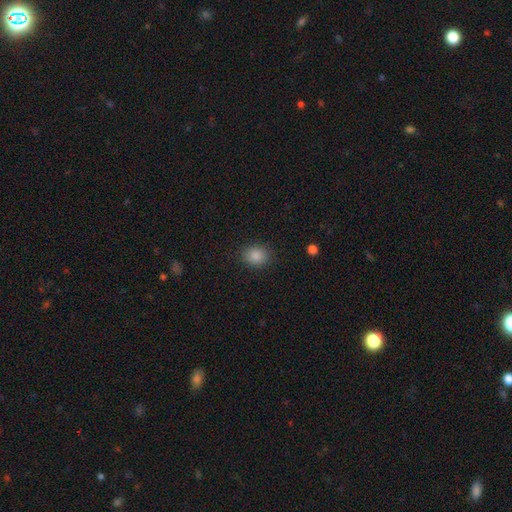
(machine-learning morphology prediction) A smooth galaxy with no disk features (87%) that is round (57%). Merging: none (88%).